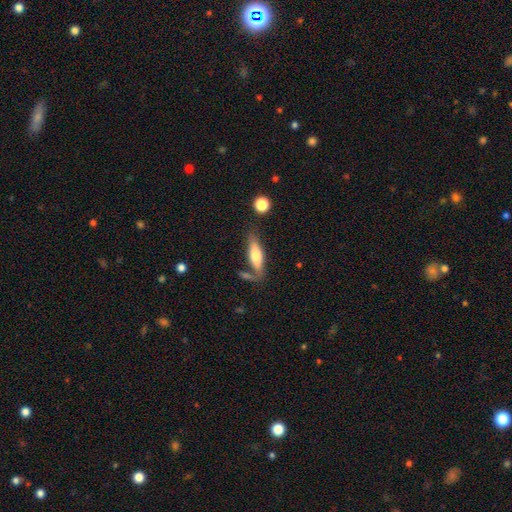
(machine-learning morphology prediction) Q: Smooth or featured?
A: smooth (59%); runner-up: featured or disk (35%)
Q: How rounded?
A: in between (51%); runner-up: cigar-shaped (47%)
Q: Merging?
A: none (59%); runner-up: minor disturbance (19%)